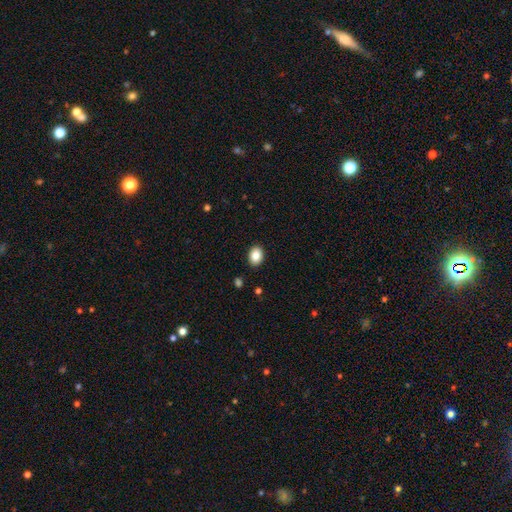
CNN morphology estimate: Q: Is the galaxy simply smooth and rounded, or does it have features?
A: smooth — 87%.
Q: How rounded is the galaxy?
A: in between — 72%.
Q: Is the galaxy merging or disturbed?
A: none — 90%.